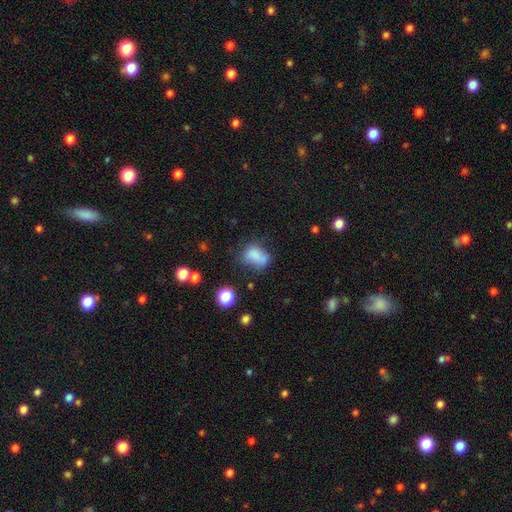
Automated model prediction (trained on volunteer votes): Smooth or featured? smooth (72%)
How rounded? in between (75%)
Merging? none (36%)